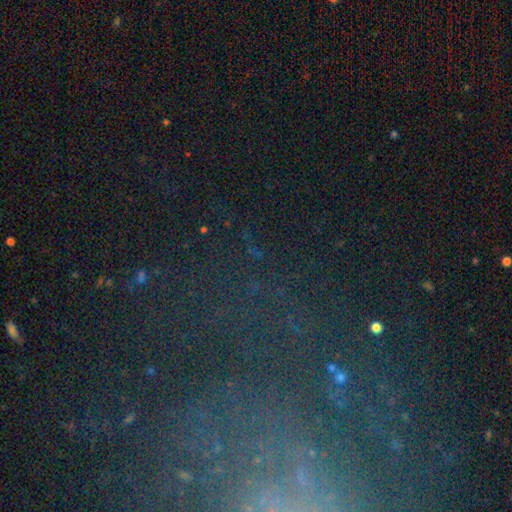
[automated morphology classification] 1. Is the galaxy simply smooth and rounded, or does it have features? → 76% star or artifact, 13% smooth, 11% featured or disk.